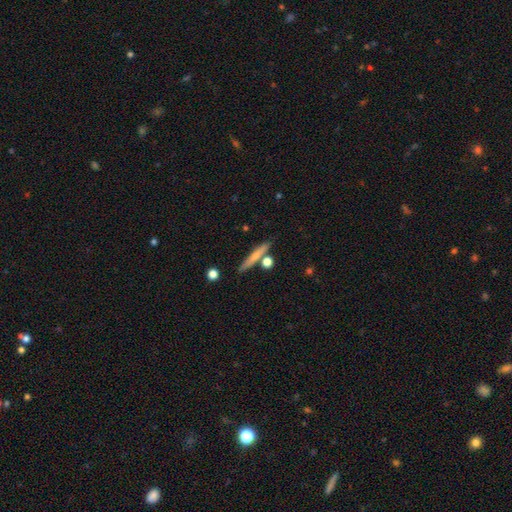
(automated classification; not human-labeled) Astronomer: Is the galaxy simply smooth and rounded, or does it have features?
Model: smooth — 60%.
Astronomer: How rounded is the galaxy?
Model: cigar-shaped — 87%.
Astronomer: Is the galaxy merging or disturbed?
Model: none — 76%.